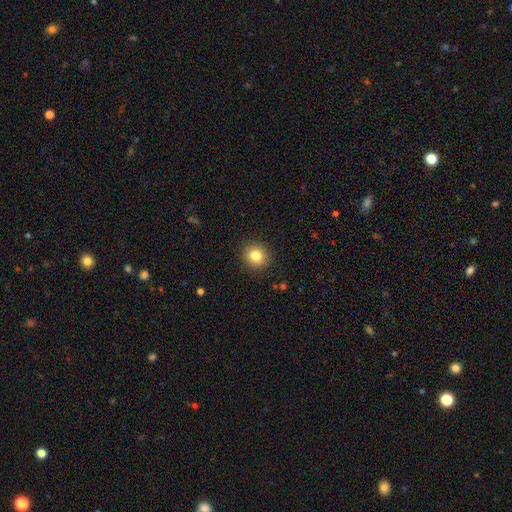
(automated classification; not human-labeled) Smooth or featured? Predicted: smooth (p=0.82). How rounded? Predicted: round (p=0.82). Merging? Predicted: none (p=0.91).